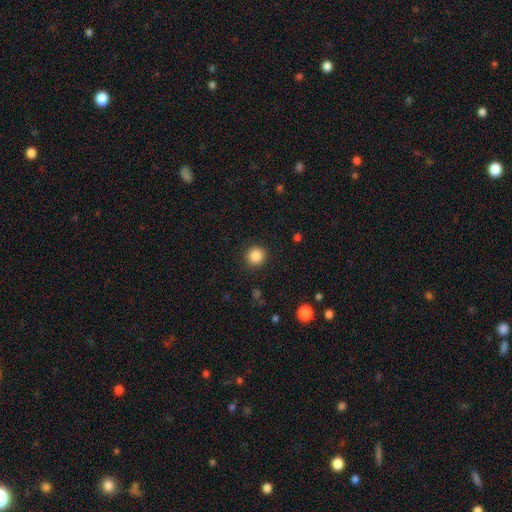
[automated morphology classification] The model was most divided on "smooth or featured": smooth: 86%, star or artifact: 10%, featured or disk: 3%. More confident: how rounded — round (94%); merging — none (91%).